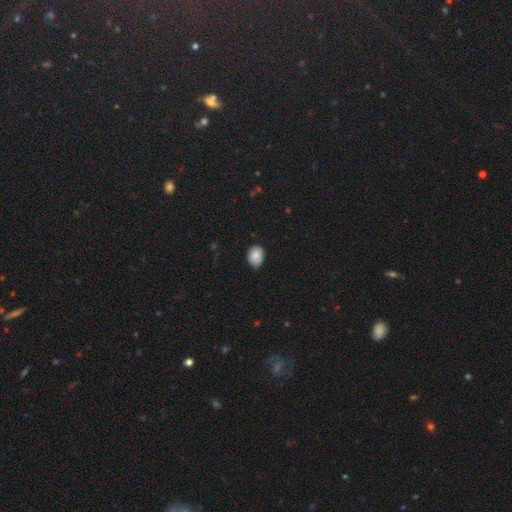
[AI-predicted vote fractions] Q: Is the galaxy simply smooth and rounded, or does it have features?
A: smooth — 86%.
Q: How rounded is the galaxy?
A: in between — 67%.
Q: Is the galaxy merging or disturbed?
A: none — 67%.